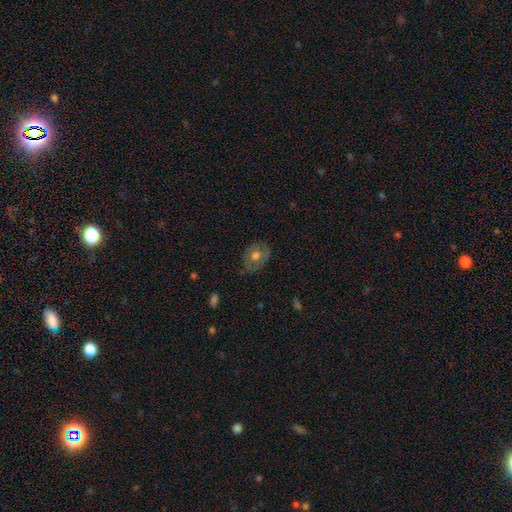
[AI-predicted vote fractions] Smooth or featured: smooth — 54% (featured or disk — 37%)
How rounded: in between — 54% (round — 45%)
Merging: none — 77% (minor disturbance — 17%)